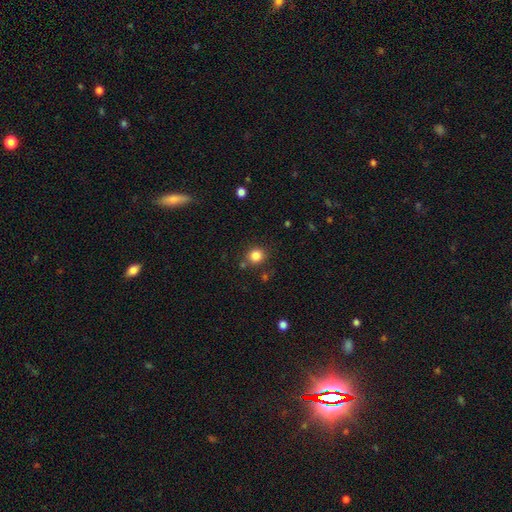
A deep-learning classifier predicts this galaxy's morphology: Smooth or featured? smooth (84%)
How rounded? round (84%)
Merging? none (82%)